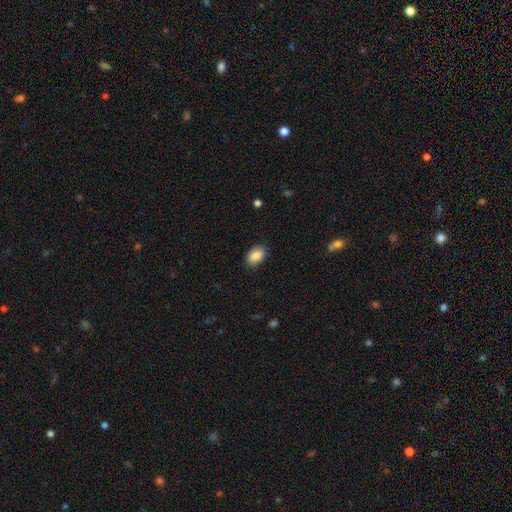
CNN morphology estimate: Smooth or featured? Predicted: smooth (p=0.88). How rounded? Predicted: in between (p=0.90). Merging? Predicted: none (p=0.85).